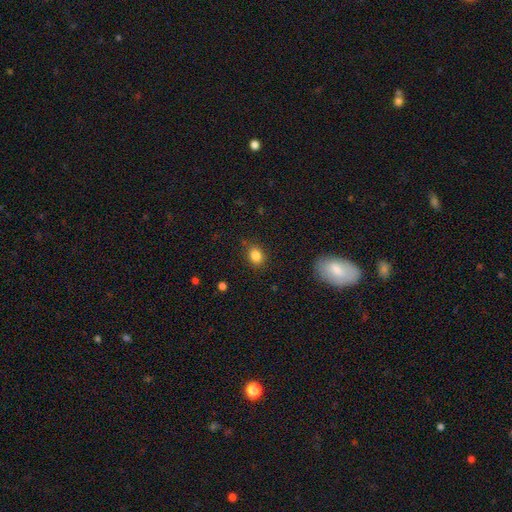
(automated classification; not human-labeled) smooth_or_featured: smooth (p=0.84) [alt: star or artifact p=0.11]
how_rounded: in between (p=0.51) [alt: round p=0.48]
merging: none (p=0.83) [alt: minor disturbance p=0.12]